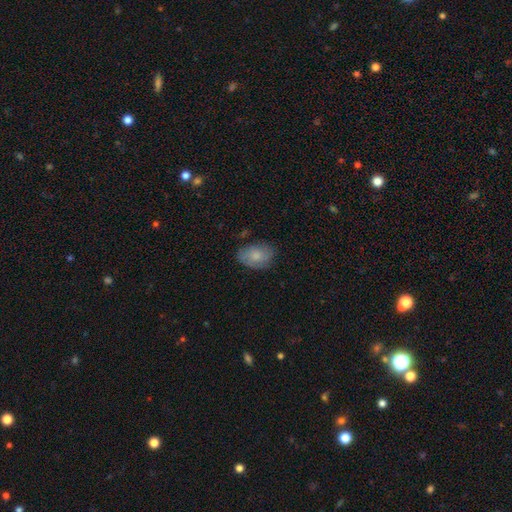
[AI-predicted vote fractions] Smooth or featured: smooth — 77% (featured or disk — 16%)
How rounded: in between — 84% (round — 15%)
Merging: none — 73% (minor disturbance — 21%)